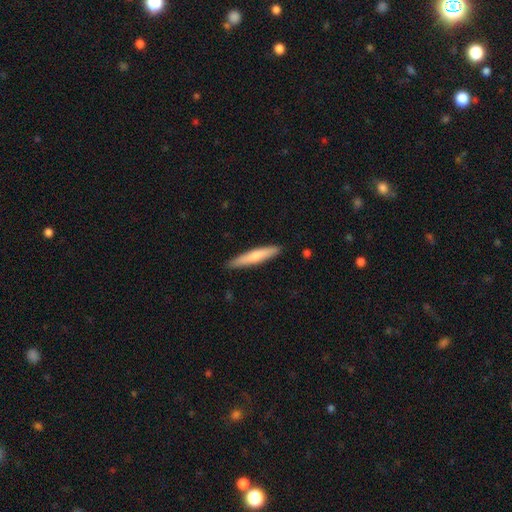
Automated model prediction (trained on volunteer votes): smooth_or_featured: smooth (p=0.68) [alt: featured or disk p=0.27]
how_rounded: cigar-shaped (p=0.91) [alt: in between p=0.07]
merging: none (p=0.89) [alt: minor disturbance p=0.08]